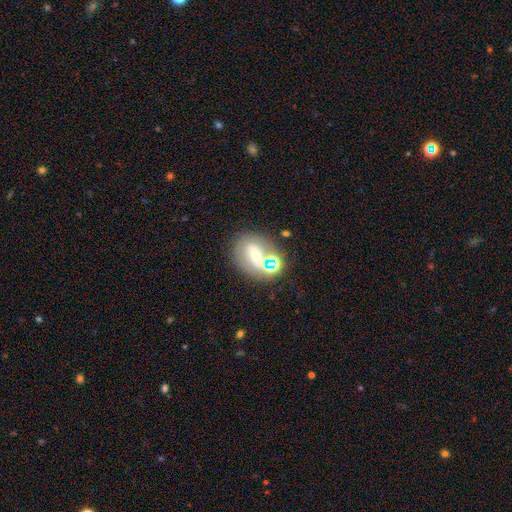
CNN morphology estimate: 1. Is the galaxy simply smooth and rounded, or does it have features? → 57% featured or disk, 29% smooth, 13% star or artifact.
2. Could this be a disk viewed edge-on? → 94% no, 6% yes.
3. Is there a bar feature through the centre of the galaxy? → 35% no (tied), 35% weak (tied), 30% strong.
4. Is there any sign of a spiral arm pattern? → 54% yes, 46% no.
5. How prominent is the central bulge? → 47% moderate, 42% small, 5% large, 4% none, 2% dominant.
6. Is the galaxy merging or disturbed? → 56% none, 19% merger, 17% minor disturbance, 9% major disturbance.